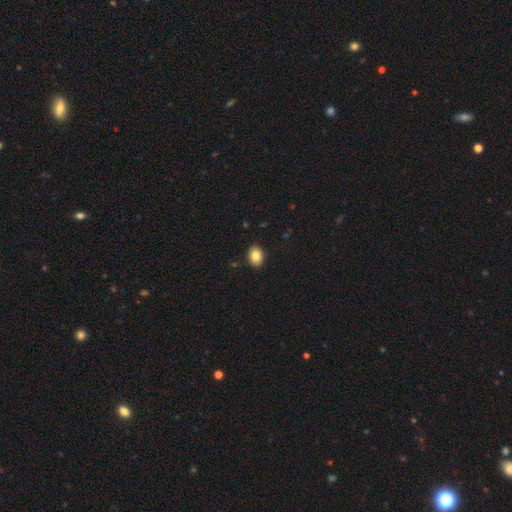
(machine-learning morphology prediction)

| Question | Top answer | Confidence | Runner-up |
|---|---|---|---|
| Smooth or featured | smooth | 83% | featured or disk (9%) |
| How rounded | in between | 70% | round (29%) |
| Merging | none | 90% | minor disturbance (7%) |